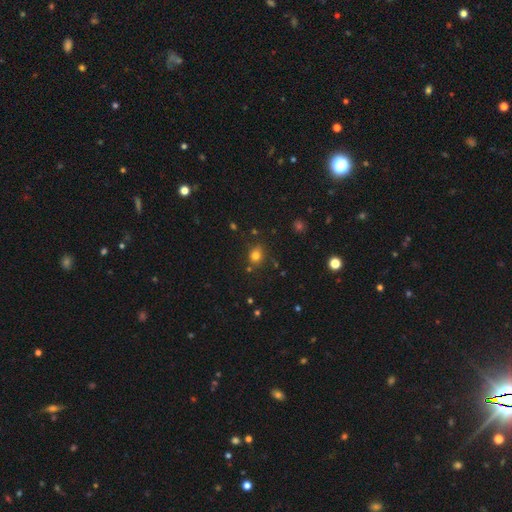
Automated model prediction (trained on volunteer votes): smooth-or-featured: smooth: 77% | star or artifact: 16% | featured or disk: 7%
  how-rounded: round: 58% | in between: 41% | cigar-shaped: 1%
  merging: none: 77% | minor disturbance: 14% | merger: 5% | major disturbance: 4%